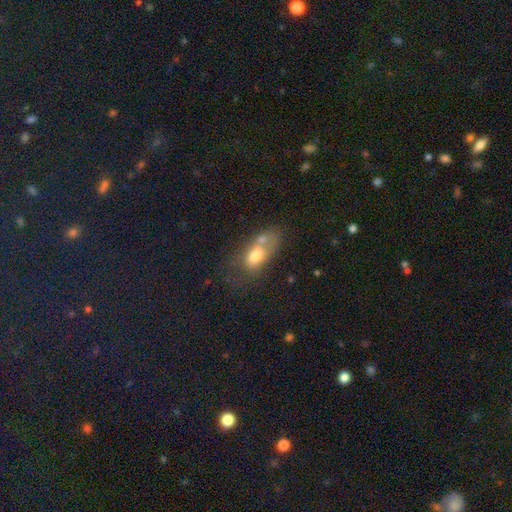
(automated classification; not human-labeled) Smooth or featured? smooth (65%)
How rounded? in between (83%)
Merging? merger (40%)